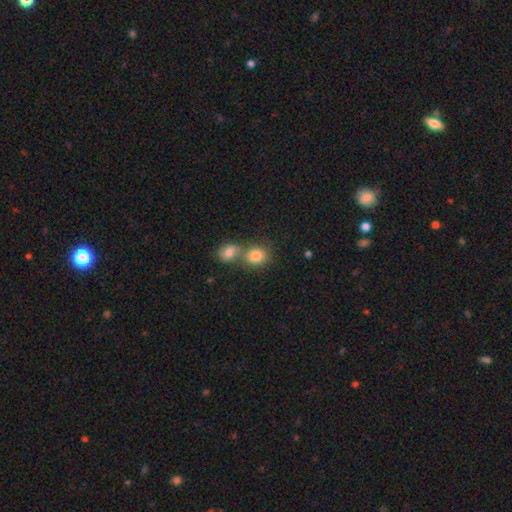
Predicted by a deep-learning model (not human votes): smooth 82%, star or artifact 10%, featured or disk 8%. Down the decision tree: how rounded — round (78%); merging — merger (48%).